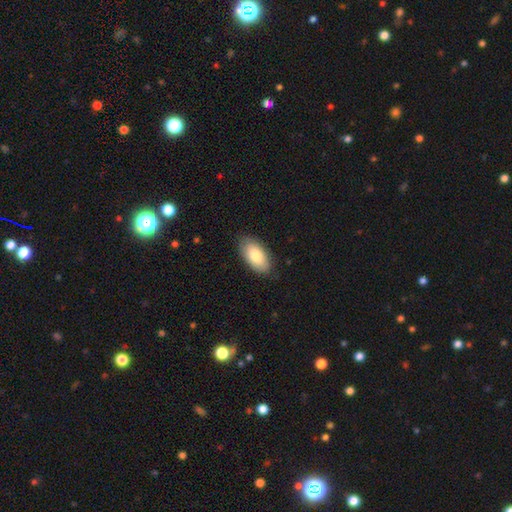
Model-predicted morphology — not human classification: smooth_or_featured: smooth (p=0.80) [alt: featured or disk p=0.14]
how_rounded: in between (p=0.94) [alt: cigar-shaped p=0.03]
merging: none (p=0.84) [alt: minor disturbance p=0.13]